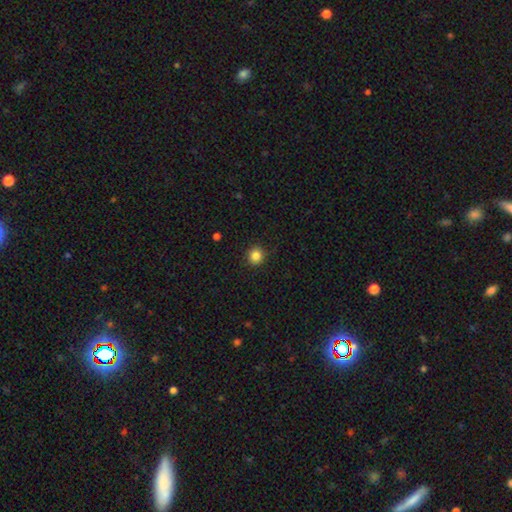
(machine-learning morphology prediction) smooth 85%, star or artifact 11%, featured or disk 4%. Down the decision tree: how rounded — round (91%); merging — none (92%).